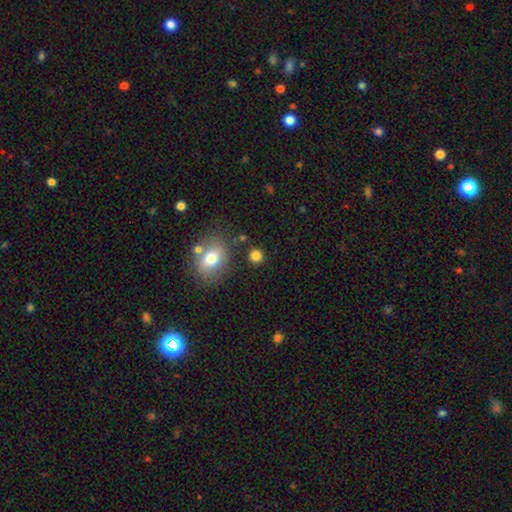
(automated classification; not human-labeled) Smooth or featured? Predicted: smooth (p=0.82). How rounded? Predicted: round (p=0.86). Merging? Predicted: none (p=0.82).